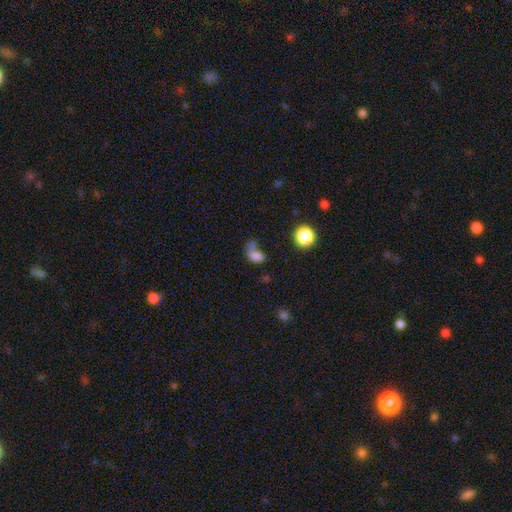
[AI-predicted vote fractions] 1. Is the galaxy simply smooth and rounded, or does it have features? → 71% smooth, 15% star or artifact, 14% featured or disk.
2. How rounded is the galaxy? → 72% in between, 25% round, 2% cigar-shaped.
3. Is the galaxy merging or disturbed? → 32% major disturbance, 27% merger, 25% none, 16% minor disturbance.